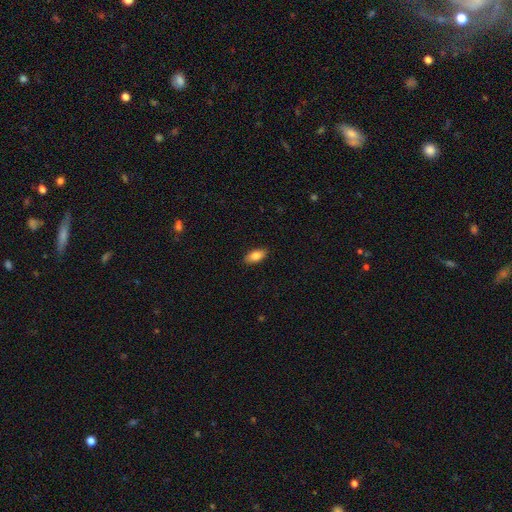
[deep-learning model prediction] Q: Smooth or featured?
A: smooth (83%); runner-up: featured or disk (10%)
Q: How rounded?
A: in between (88%); runner-up: cigar-shaped (9%)
Q: Merging?
A: none (89%); runner-up: minor disturbance (8%)